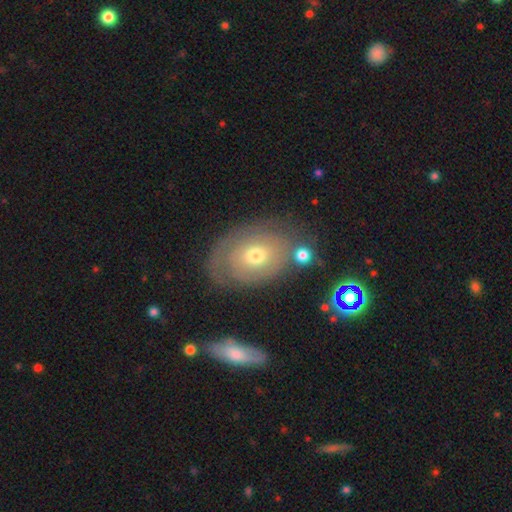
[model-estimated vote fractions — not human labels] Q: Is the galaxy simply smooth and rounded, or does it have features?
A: featured or disk — 51%.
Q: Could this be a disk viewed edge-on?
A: no — 93%.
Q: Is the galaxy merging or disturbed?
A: none — 67%.